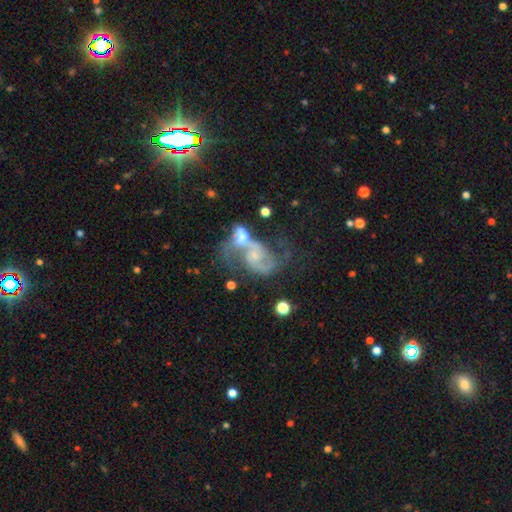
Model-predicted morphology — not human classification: A featured or disk galaxy (79%) with no bar (60%), 2 (79%) medium (46%) spiral arms (89%) and a small central bulge (50%).

Vote fractions:
- Smooth or featured? featured or disk: 79% / smooth: 14% / star or artifact: 7%
- Edge-on disk? no: 97% / yes: 3%
- Bar? no: 60% / weak: 33% / strong: 7%
- Spiral arms? yes: 89% / no: 11%
- Spiral winding? medium: 46% / loose: 37% / tight: 17%
- Spiral arm count? 2: 79% / can't tell: 9% / 1: 7% / 3: 2% / 4: 1% / more than 4: 1%
- Bulge size? small: 50% / moderate: 32% / none: 12% / large: 4% / dominant: 2%
- Merging? merger: 59% / major disturbance: 16% / none: 15% / minor disturbance: 10%